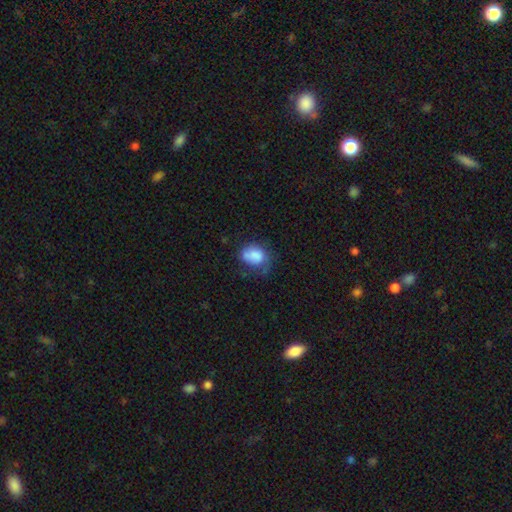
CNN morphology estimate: type=smooth (73%); roundness=in between (66%); merging=none (38%).